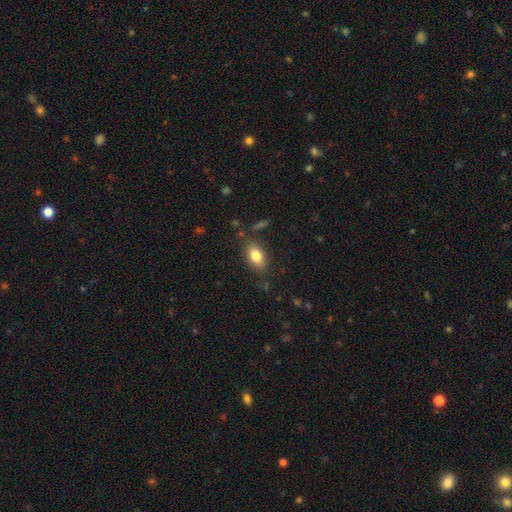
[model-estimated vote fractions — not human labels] Morphology: type=smooth (82%); roundness=in between (88%); merging=none (81%).